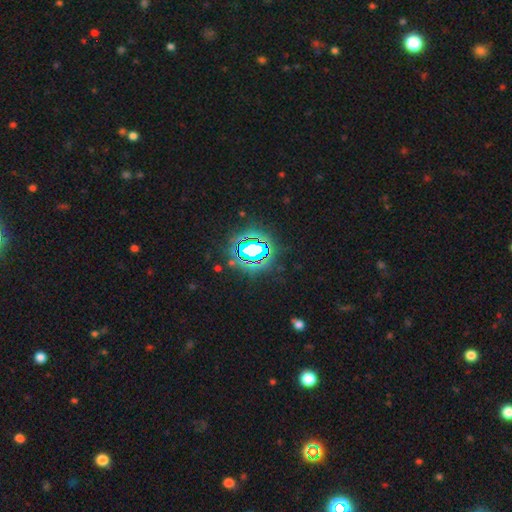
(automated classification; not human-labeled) Smooth or featured? Predicted: star or artifact (p=0.74).